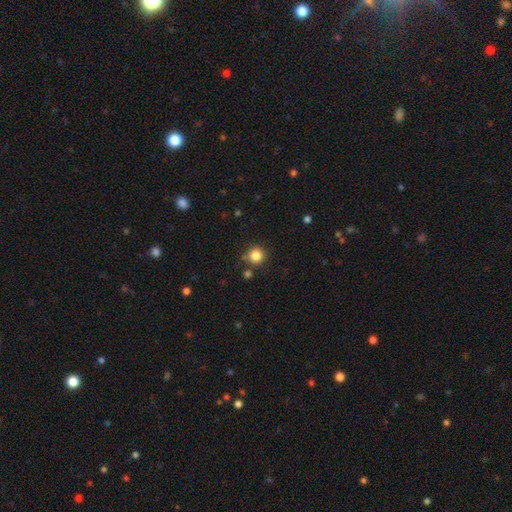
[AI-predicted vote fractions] The model was most divided on "merging": none: 80%, minor disturbance: 10%, merger: 7%, major disturbance: 3%. More confident: how rounded — round (93%); smooth or featured — smooth (84%).